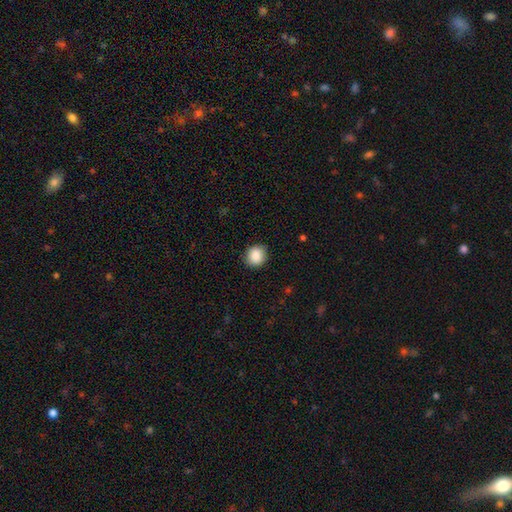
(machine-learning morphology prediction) smooth_or_featured: smooth (p=0.87) [alt: star or artifact p=0.08]
how_rounded: round (p=0.86) [alt: in between p=0.13]
merging: none (p=0.88) [alt: minor disturbance p=0.09]